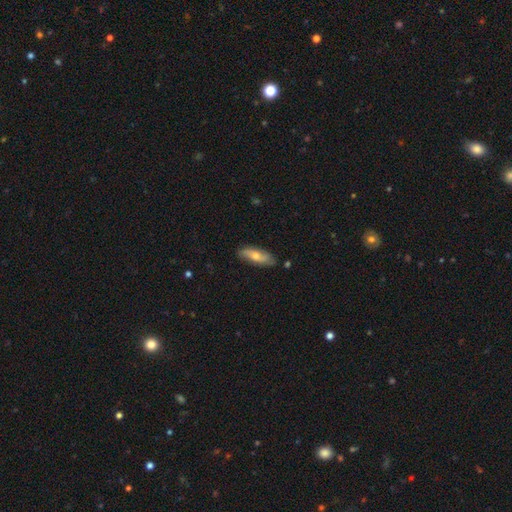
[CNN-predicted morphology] Smooth or featured? Predicted: smooth (p=0.54). How rounded? Predicted: in between (p=0.56). Merging? Predicted: none (p=0.81).